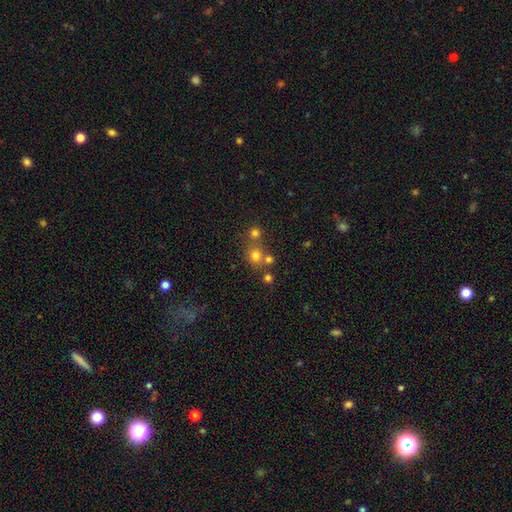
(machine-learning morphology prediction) A smooth galaxy with no disk features (70%) that is round (84%). Merging: none (58%).